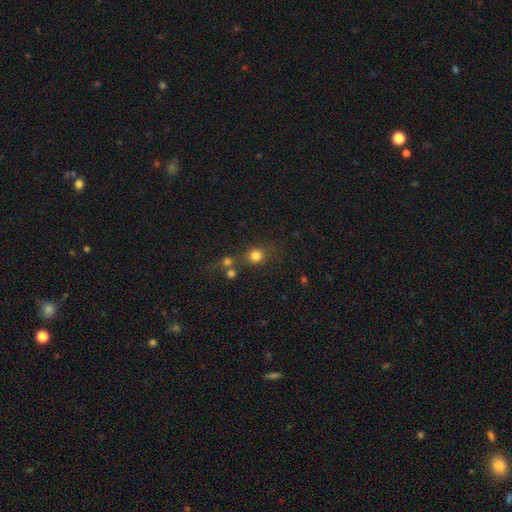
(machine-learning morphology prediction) A smooth galaxy with no disk features (79%) that is round (85%). Merging: none (69%).